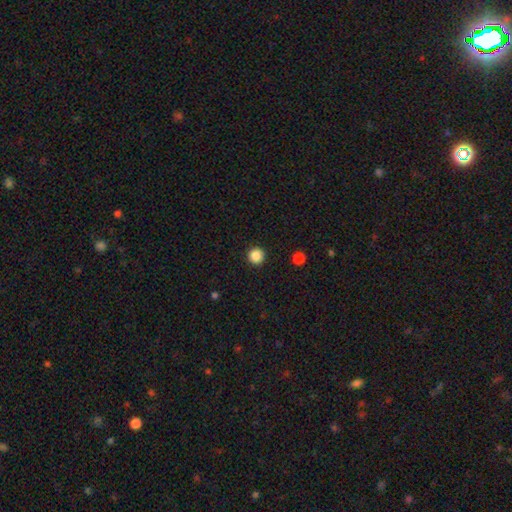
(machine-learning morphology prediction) smooth_or_featured: smooth (p=0.86) [alt: star or artifact p=0.11]
how_rounded: round (p=0.96) [alt: in between p=0.03]
merging: none (p=0.93) [alt: minor disturbance p=0.04]